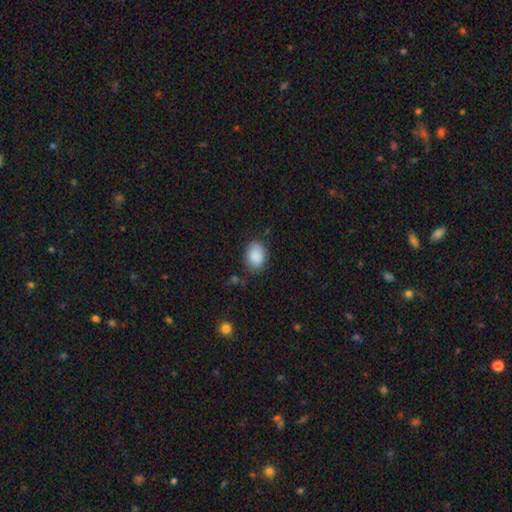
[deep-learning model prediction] Smooth or featured?
  - smooth: 89% *
  - star or artifact: 7%
  - featured or disk: 4%
How rounded?
  - in between: 71% *
  - round: 28%
  - cigar-shaped: 1%
Merging?
  - none: 79% *
  - minor disturbance: 15%
  - major disturbance: 4%
  - merger: 2%